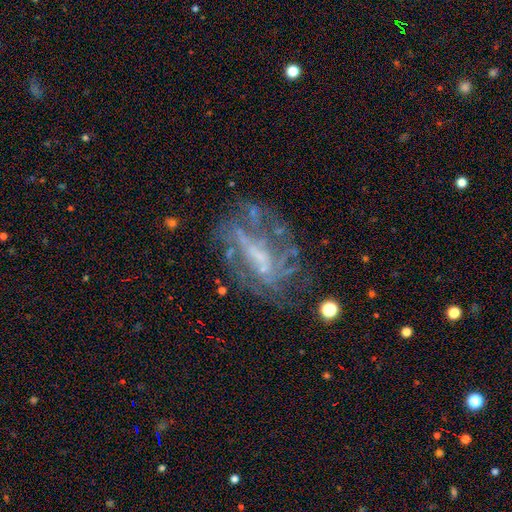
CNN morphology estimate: Smooth or featured? Predicted: featured or disk (p=0.71). Edge-on disk? Predicted: no (p=0.90). Bar? Predicted: no (p=0.37). Spiral arms? Predicted: yes (p=0.60). Bulge size? Predicted: small (p=0.38). Merging? Predicted: none (p=0.56).